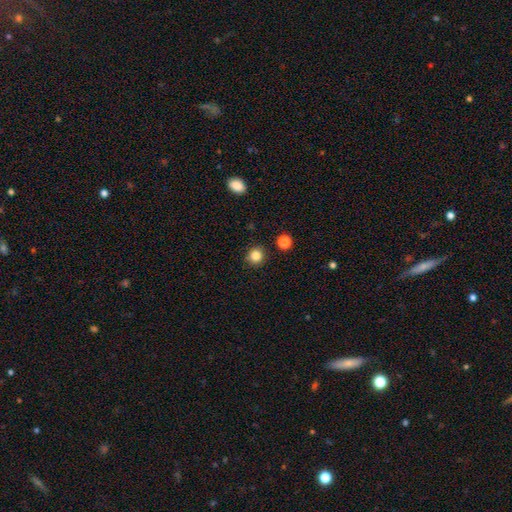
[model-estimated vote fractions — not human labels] smooth 84%, star or artifact 12%, featured or disk 4%. Down the decision tree: how rounded — round (91%); merging — none (89%).